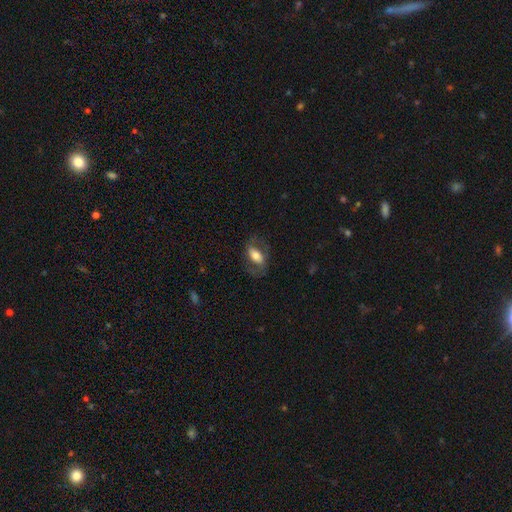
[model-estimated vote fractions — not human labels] A smooth galaxy with no disk features (53%) that is in between round and cigar-shaped (86%).

Vote fractions:
- Smooth or featured? smooth: 53% / featured or disk: 40% / star or artifact: 7%
- How rounded? in between: 86% / round: 7% / cigar-shaped: 7%
- Merging? none: 67% / minor disturbance: 17% / major disturbance: 15% / merger: 1%